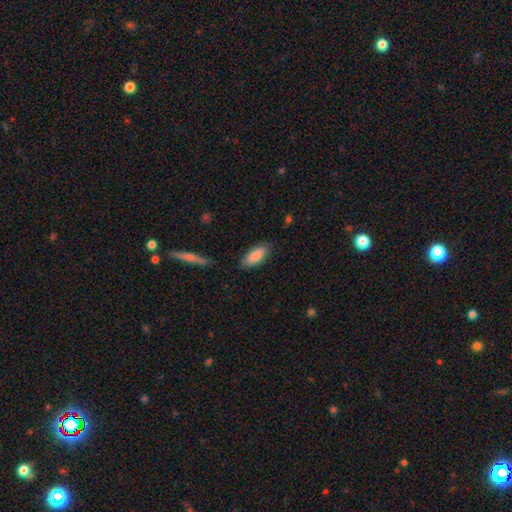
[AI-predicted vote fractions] A smooth galaxy with no disk features (83%) that is in between round and cigar-shaped (81%).

Vote fractions:
- Smooth or featured? smooth: 83% / featured or disk: 10% / star or artifact: 6%
- How rounded? in between: 81% / cigar-shaped: 17% / round: 2%
- Merging? none: 80% / minor disturbance: 15% / major disturbance: 3% / merger: 2%